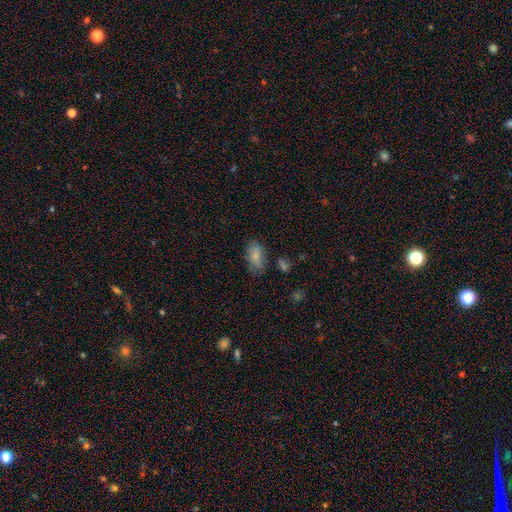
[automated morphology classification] This is clearly a smooth galaxy (81%). How rounded: clearly in between (92%). Merging: likely none (64%).